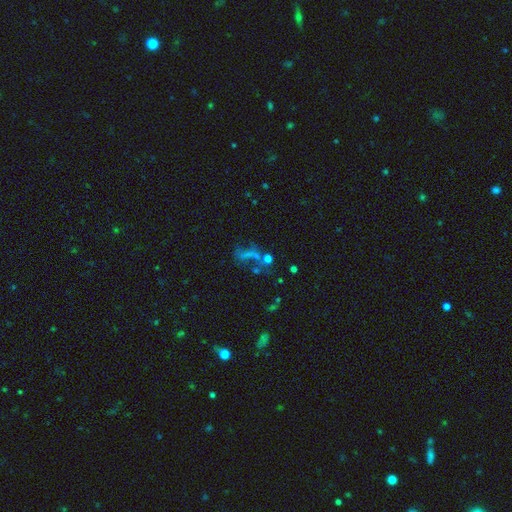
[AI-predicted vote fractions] The model was most divided on "smooth or featured": star or artifact: 41%, featured or disk: 30%, smooth: 29%.